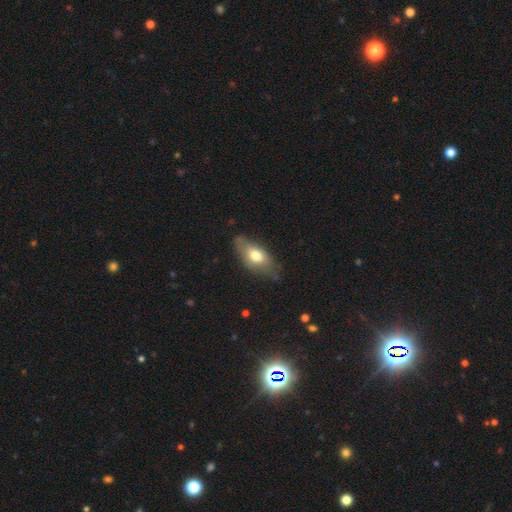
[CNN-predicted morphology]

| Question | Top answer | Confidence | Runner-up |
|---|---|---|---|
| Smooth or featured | smooth | 66% | featured or disk (27%) |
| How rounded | in between | 85% | cigar-shaped (11%) |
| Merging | none | 65% | minor disturbance (26%) |